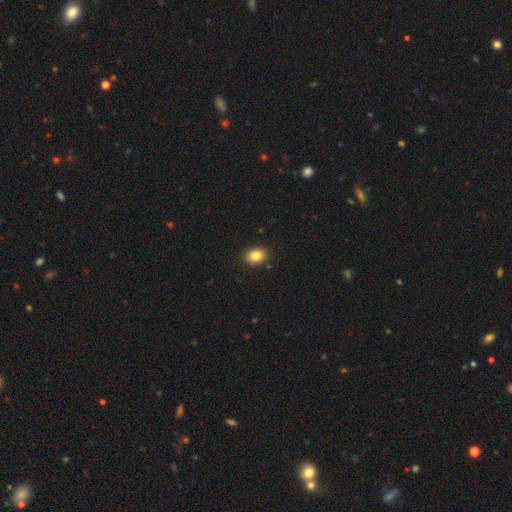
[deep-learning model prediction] smooth-or-featured: smooth: 84% | star or artifact: 10% | featured or disk: 6%
  how-rounded: in between: 56% | round: 43% | cigar-shaped: 1%
  merging: none: 89% | minor disturbance: 8% | major disturbance: 2% | merger: 2%